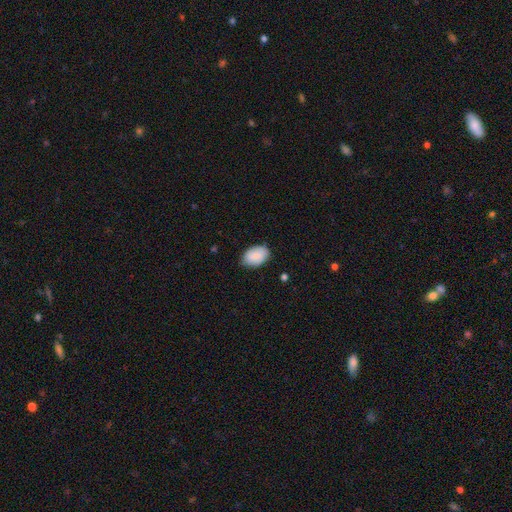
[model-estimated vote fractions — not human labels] Smooth or featured: smooth — 87% (featured or disk — 6%)
How rounded: in between — 88% (round — 11%)
Merging: none — 78% (minor disturbance — 18%)